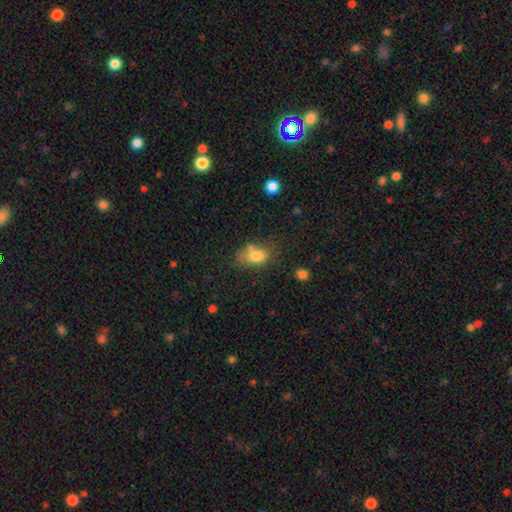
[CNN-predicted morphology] smooth-or-featured: smooth: 78% | featured or disk: 12% | star or artifact: 10%
  how-rounded: in between: 79% | round: 19% | cigar-shaped: 2%
  merging: none: 50% | minor disturbance: 25% | merger: 15% | major disturbance: 10%